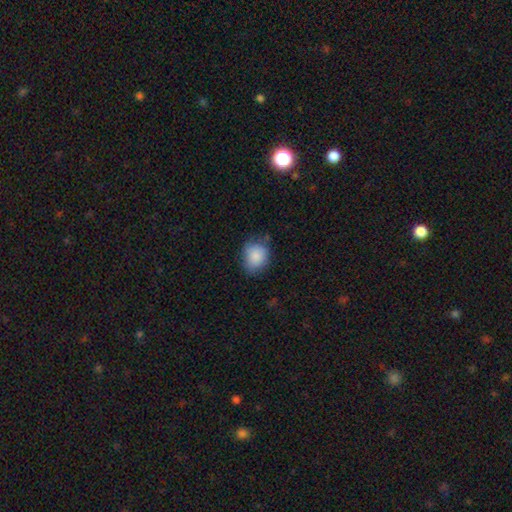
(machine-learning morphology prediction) type=smooth (86%); roundness=round (60%); merging=none (64%).